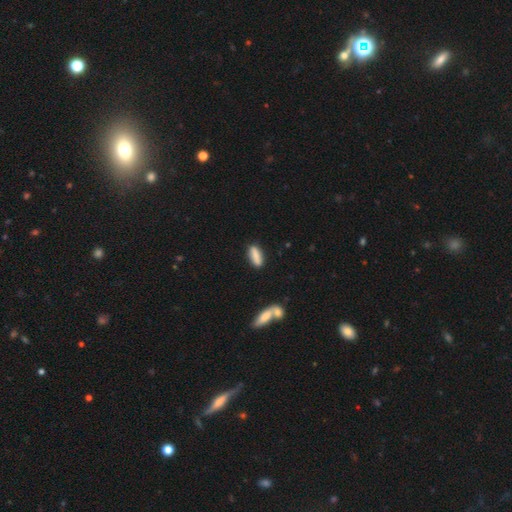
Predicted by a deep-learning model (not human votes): smooth-or-featured: smooth: 84% | featured or disk: 10% | star or artifact: 6%
  how-rounded: in between: 57% | cigar-shaped: 41% | round: 2%
  merging: none: 83% | minor disturbance: 11% | merger: 4% | major disturbance: 2%